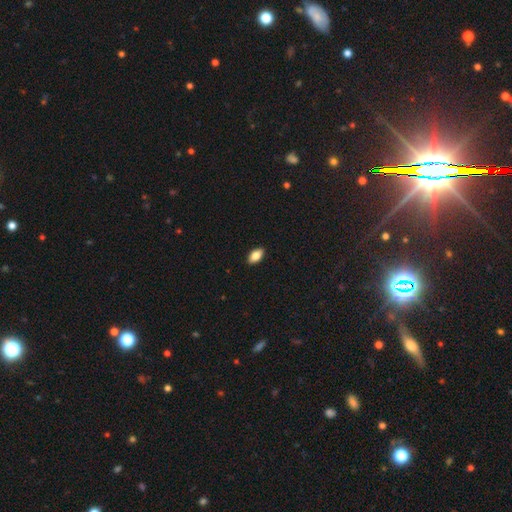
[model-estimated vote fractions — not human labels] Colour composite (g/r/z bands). It shows a smooth galaxy with no disk features (82%) that is in between round and cigar-shaped (91%). Merging: none (90%).